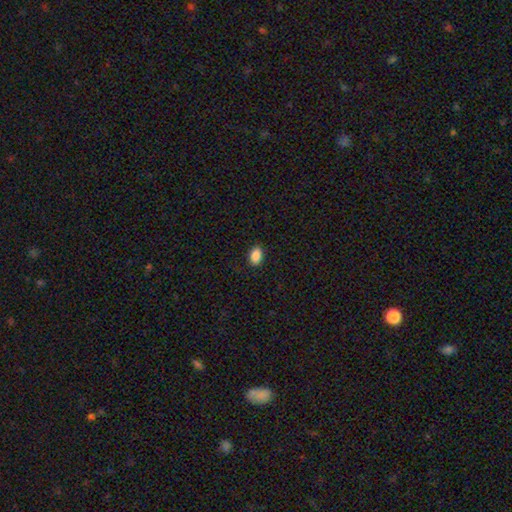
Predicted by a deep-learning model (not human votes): Q: Smooth or featured?
A: smooth (89%); runner-up: star or artifact (8%)
Q: How rounded?
A: in between (88%); runner-up: round (11%)
Q: Merging?
A: none (89%); runner-up: minor disturbance (8%)